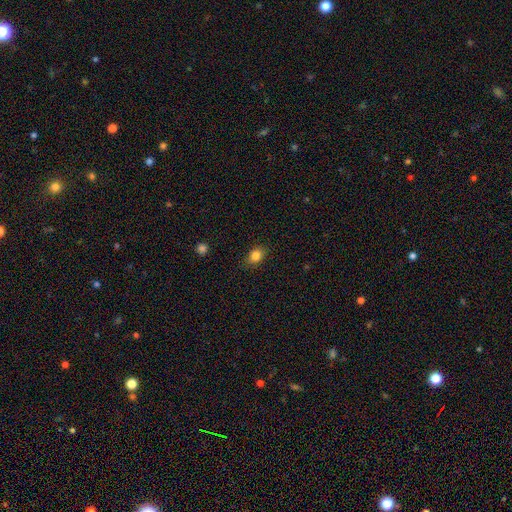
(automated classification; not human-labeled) smooth 84%, star or artifact 10%, featured or disk 5%. Down the decision tree: how rounded — in between (60%); merging — none (83%).